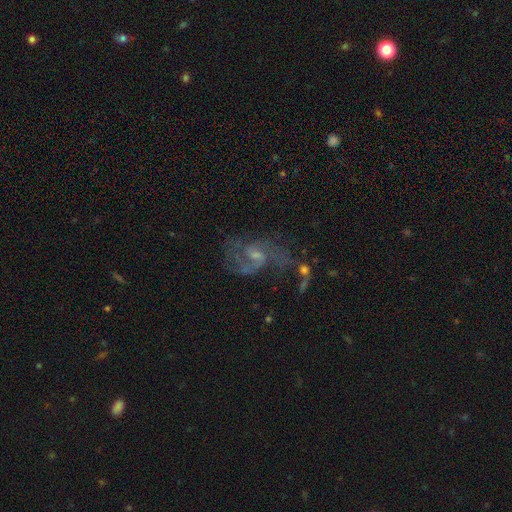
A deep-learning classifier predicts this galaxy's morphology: The model was most divided on "spiral winding": loose: 47%, medium: 41%, tight: 12%. Remaining: edge-on disk — no (97%); spiral arms — yes (88%); smooth or featured — featured or disk (78%); spiral arm count — 2 (67%); bulge size — small (53%); bar — weak (53%); merging — none (43%).